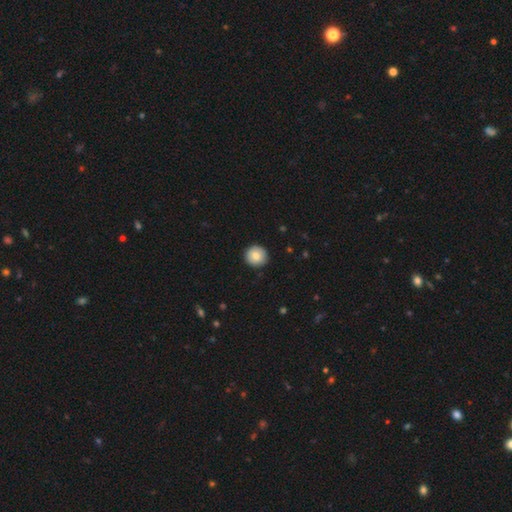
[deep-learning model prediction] Smooth or featured? Predicted: smooth (p=0.82). How rounded? Predicted: round (p=0.94). Merging? Predicted: none (p=0.91).